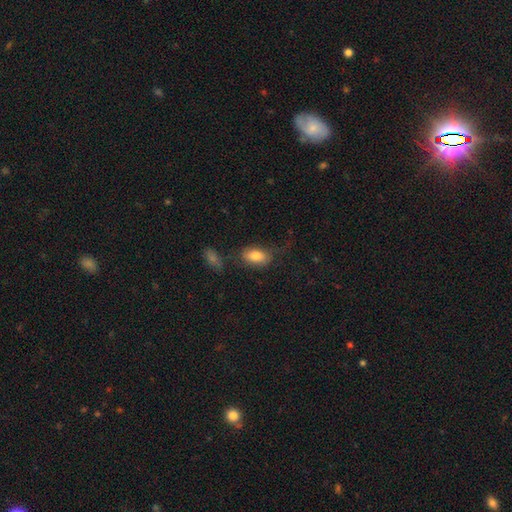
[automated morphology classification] Q: Smooth or featured?
A: smooth (80%); runner-up: featured or disk (12%)
Q: How rounded?
A: in between (90%); runner-up: round (7%)
Q: Merging?
A: none (58%); runner-up: minor disturbance (22%)